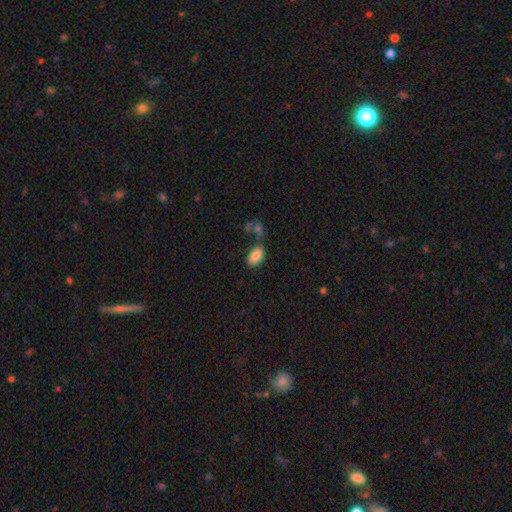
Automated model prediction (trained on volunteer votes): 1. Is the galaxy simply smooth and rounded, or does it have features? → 86% smooth, 8% star or artifact, 6% featured or disk.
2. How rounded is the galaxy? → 94% in between, 5% round, 2% cigar-shaped.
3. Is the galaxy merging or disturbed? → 62% none, 17% merger, 15% minor disturbance, 6% major disturbance.